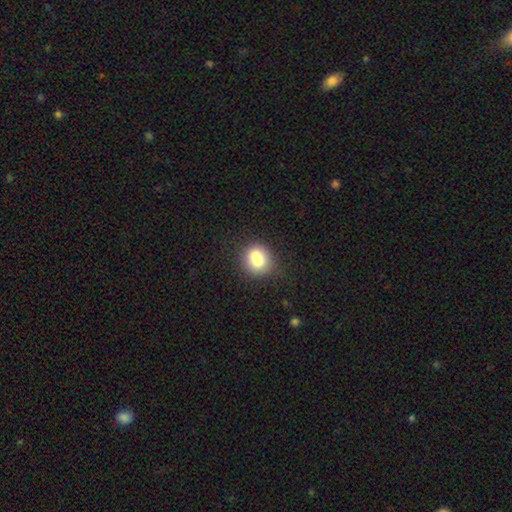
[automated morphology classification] Smooth or featured? Predicted: smooth (p=0.74). How rounded? Predicted: round (p=0.75). Merging? Predicted: none (p=0.52).